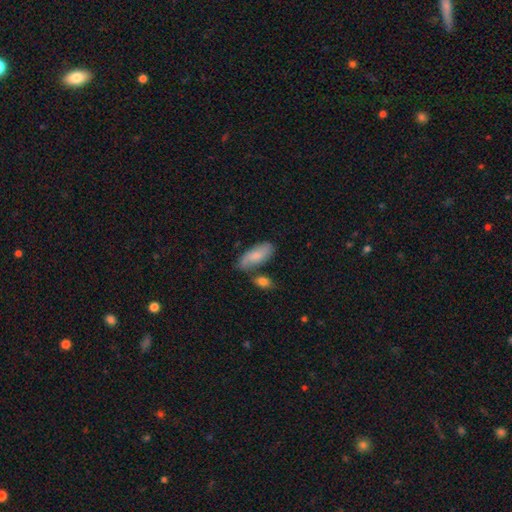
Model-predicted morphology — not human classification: Overall: smooth (75%). How rounded: in between (82%). Merging: none (59%; minor disturbance 20%).